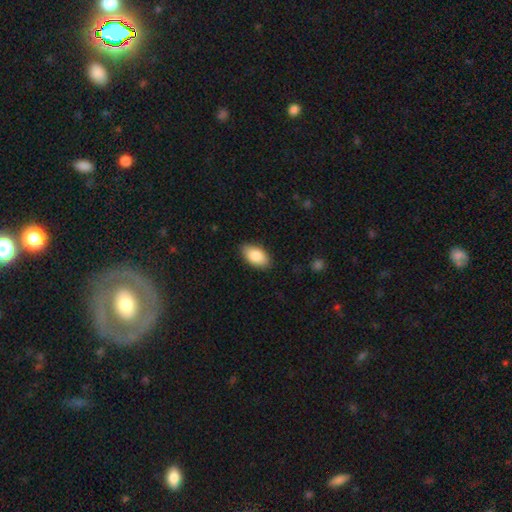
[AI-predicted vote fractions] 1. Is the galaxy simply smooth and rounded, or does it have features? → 86% smooth, 8% featured or disk, 6% star or artifact.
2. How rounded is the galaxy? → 94% in between, 4% round, 2% cigar-shaped.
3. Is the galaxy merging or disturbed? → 86% none, 11% minor disturbance, 2% major disturbance, 1% merger.